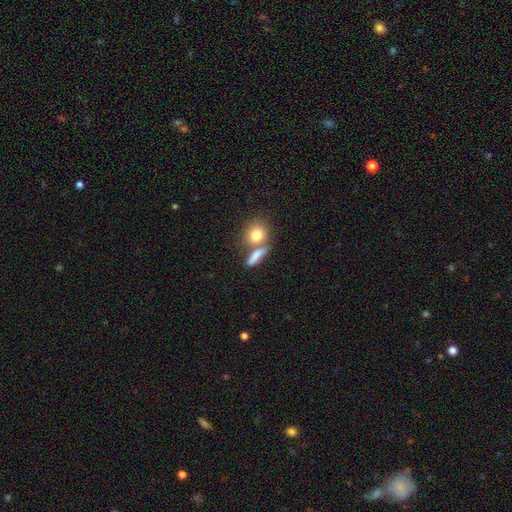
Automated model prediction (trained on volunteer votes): Smooth or featured? Predicted: smooth (p=0.78). How rounded? Predicted: in between (p=0.39). Merging? Predicted: none (p=0.54).